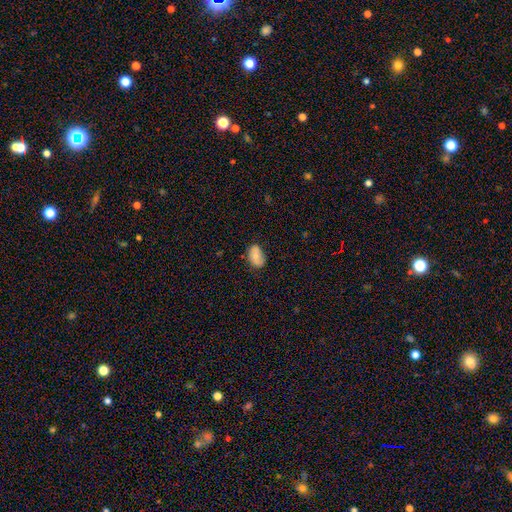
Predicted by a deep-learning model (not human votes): This is likely a smooth galaxy (72%). How rounded: clearly in between (88%). Merging: likely none (71%).